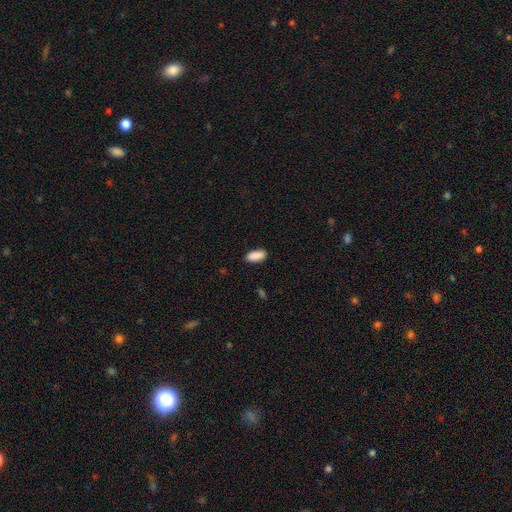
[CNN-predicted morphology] smooth 90%, star or artifact 6%, featured or disk 3%. Down the decision tree: how rounded — in between (88%); merging — none (88%).